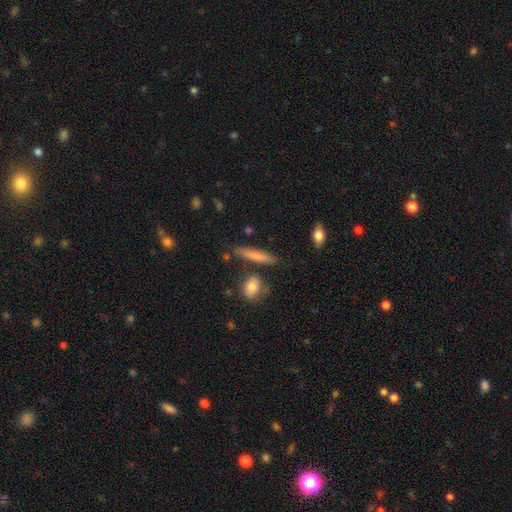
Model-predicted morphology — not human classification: smooth_or_featured: smooth (p=0.74) [alt: featured or disk p=0.19]
how_rounded: cigar-shaped (p=0.87) [alt: in between p=0.11]
merging: none (p=0.80) [alt: minor disturbance p=0.12]